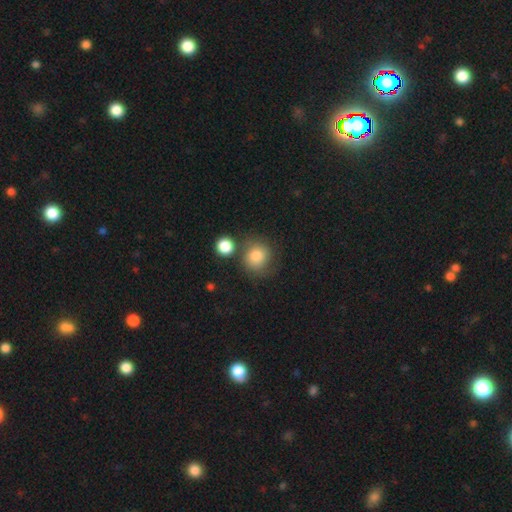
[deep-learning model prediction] smooth_or_featured: smooth (p=0.78) [alt: featured or disk p=0.13]
how_rounded: round (p=0.85) [alt: in between p=0.14]
merging: none (p=0.62) [alt: minor disturbance p=0.16]